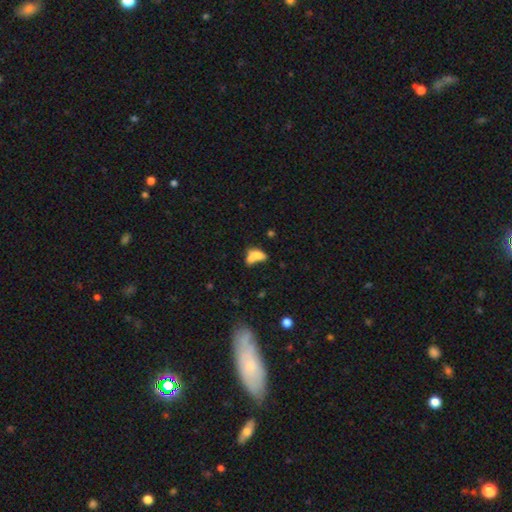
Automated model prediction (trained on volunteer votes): The model was most divided on "merging": merger: 61%, none: 21%, minor disturbance: 10%, major disturbance: 8%. More confident: how rounded — in between (78%); smooth or featured — smooth (66%).